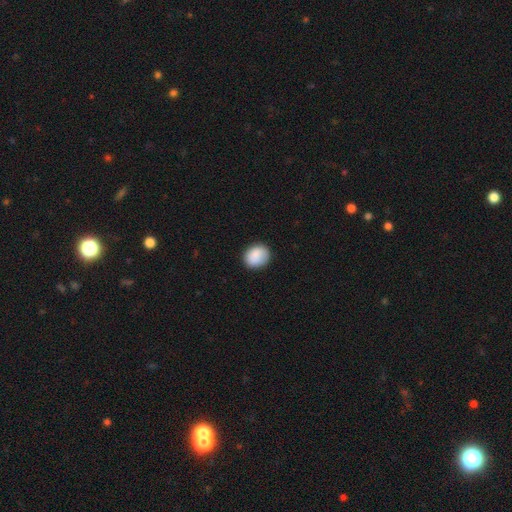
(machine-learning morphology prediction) This is clearly a smooth galaxy (88%). How rounded: likely round (64%). Merging: clearly none (85%).